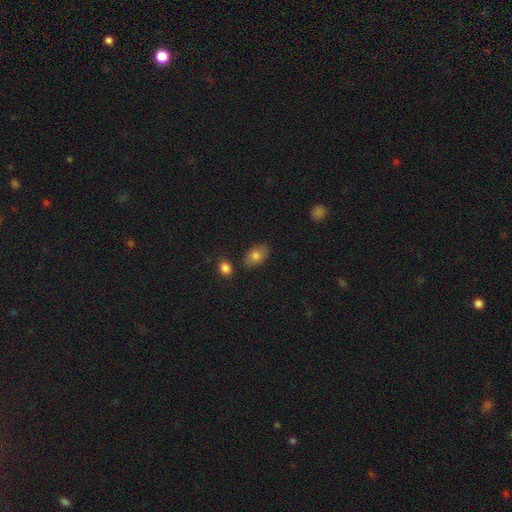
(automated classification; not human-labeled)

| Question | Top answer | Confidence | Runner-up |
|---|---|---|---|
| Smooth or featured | smooth | 80% | featured or disk (12%) |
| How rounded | in between | 89% | round (10%) |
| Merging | none | 79% | minor disturbance (13%) |